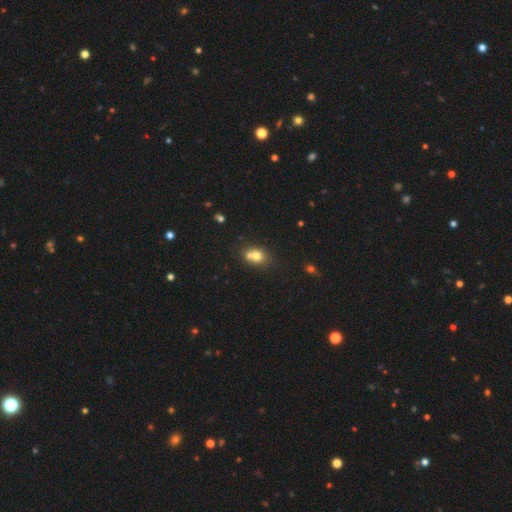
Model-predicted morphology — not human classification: type=smooth (71%); roundness=round (59%); merging=merger (47%).